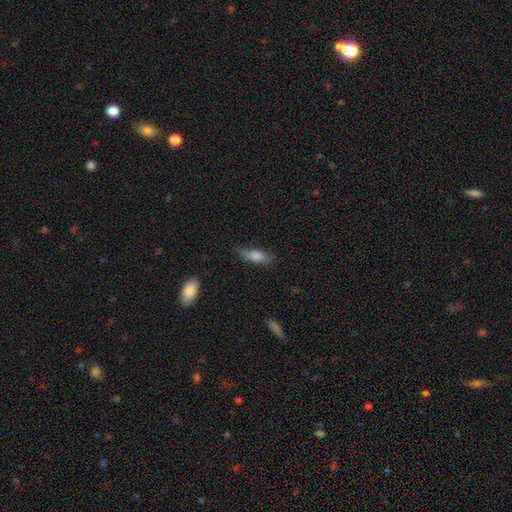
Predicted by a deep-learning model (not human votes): Smooth or featured? smooth (68%)
How rounded? cigar-shaped (60%)
Merging? none (73%)